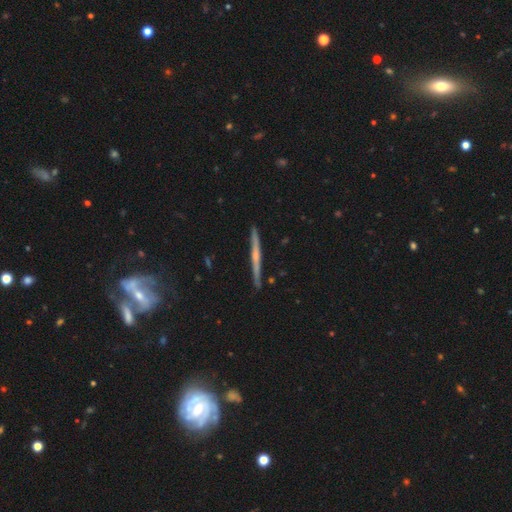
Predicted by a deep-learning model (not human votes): featured or disk 70%, smooth 24%, star or artifact 6%. Down the decision tree: edge-on disk — yes (98%); edge-on bulge — rounded (53%); merging — none (90%).